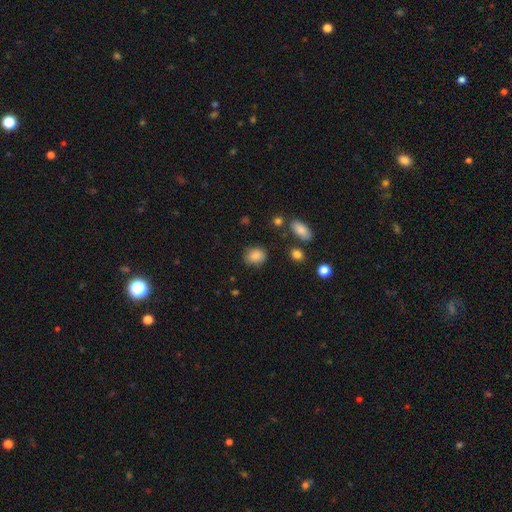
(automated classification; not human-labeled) The model was most divided on "how rounded": in between: 54%, round: 45%, cigar-shaped: 1%. More confident: smooth or featured — smooth (85%); merging — none (78%).